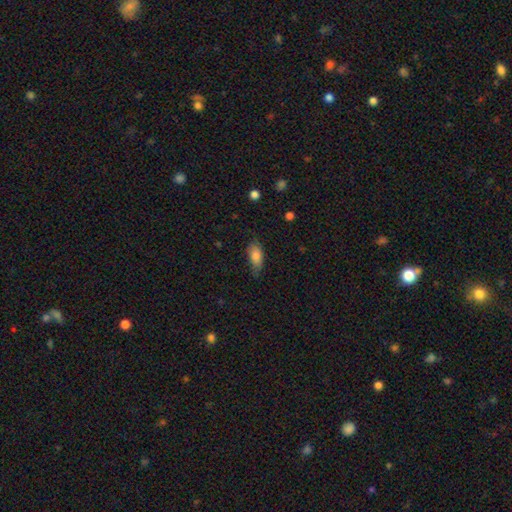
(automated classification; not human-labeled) Overall: smooth (82%). How rounded: in between (87%). Merging: none (64%; minor disturbance 28%).